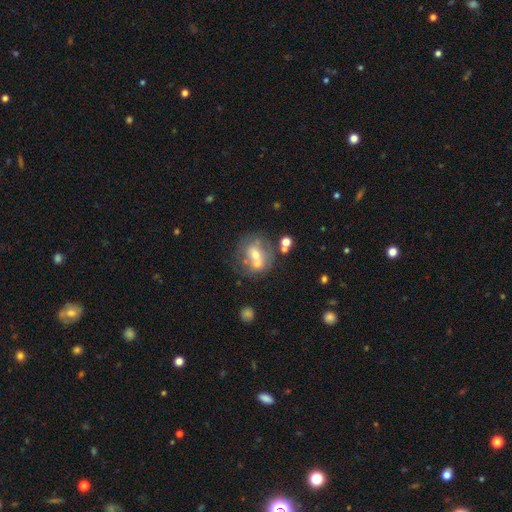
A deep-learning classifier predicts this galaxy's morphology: Smooth or featured? smooth (48%)
Merging? none (42%)